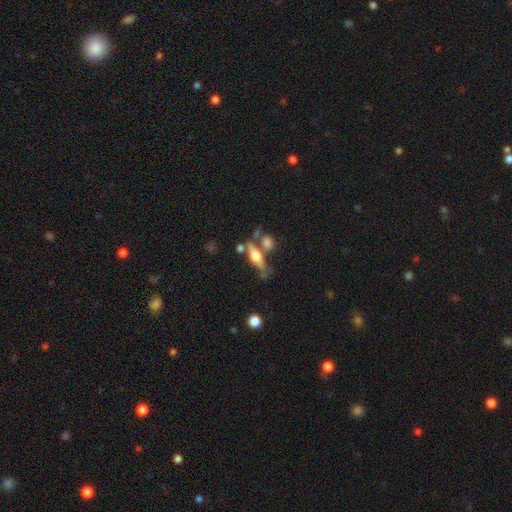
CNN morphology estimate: A featured or disk galaxy (60%) viewed edge-on (88%) with a rounded central bulge (92%).

Vote fractions:
- Smooth or featured? featured or disk: 60% / smooth: 31% / star or artifact: 8%
- Edge-on disk? yes: 88% / no: 12%
- Edge-on bulge? rounded: 92% / boxy: 6% / none: 3%
- Merging? none: 54% / merger: 22% / minor disturbance: 15% / major disturbance: 9%